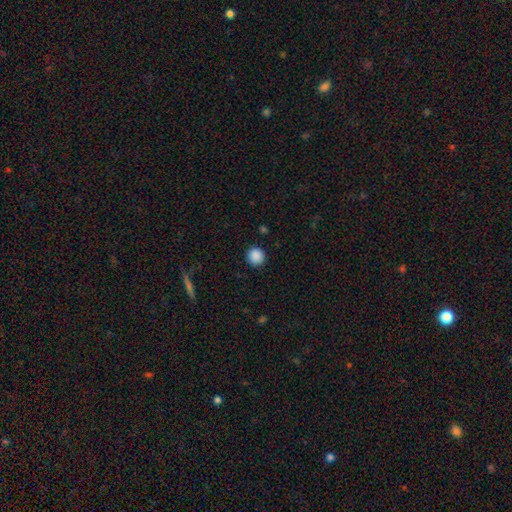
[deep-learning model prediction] smooth-or-featured: smooth: 88% | star or artifact: 9% | featured or disk: 3%
  how-rounded: round: 94% | in between: 5% | cigar-shaped: 1%
  merging: none: 91% | minor disturbance: 6% | major disturbance: 2% | merger: 1%